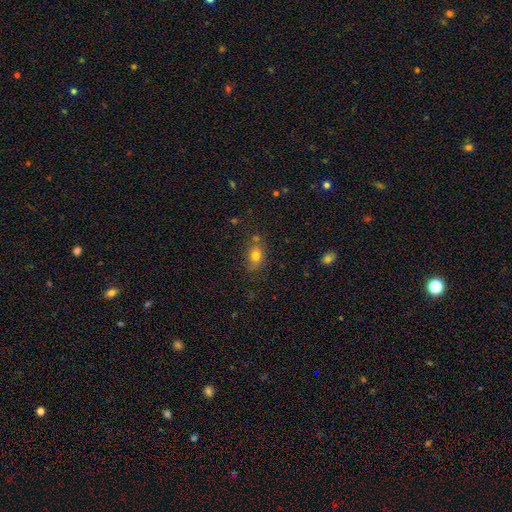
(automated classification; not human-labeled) Smooth or featured: smooth — 77% (star or artifact — 12%)
How rounded: in between — 69% (round — 29%)
Merging: none — 71% (minor disturbance — 16%)